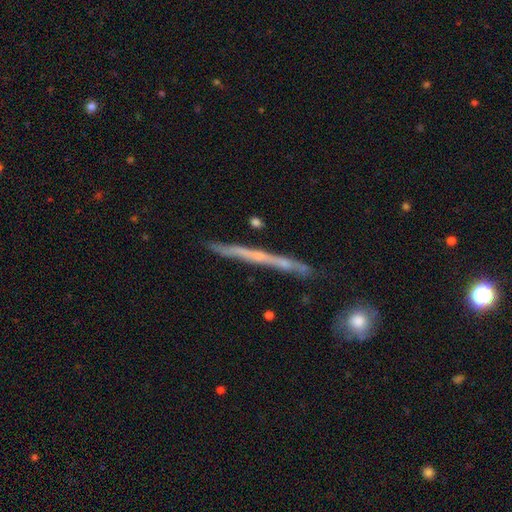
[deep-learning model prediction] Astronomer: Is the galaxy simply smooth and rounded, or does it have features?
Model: featured or disk — 63%.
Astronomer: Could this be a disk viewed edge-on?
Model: yes — 96%.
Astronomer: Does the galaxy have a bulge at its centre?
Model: none — 80%.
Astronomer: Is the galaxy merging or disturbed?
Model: none — 82%.